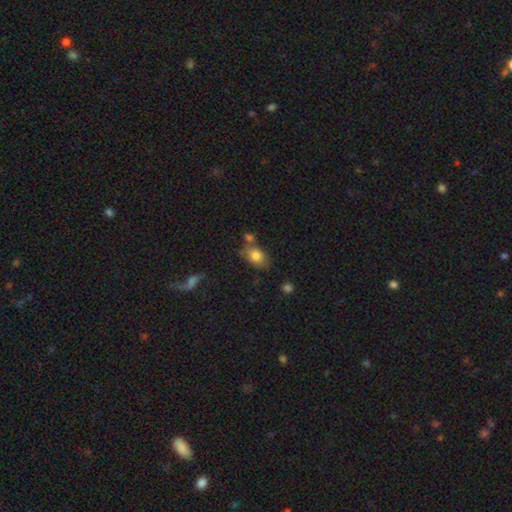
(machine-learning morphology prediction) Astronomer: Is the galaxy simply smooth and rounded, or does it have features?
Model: smooth — 80%.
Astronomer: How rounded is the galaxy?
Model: in between — 83%.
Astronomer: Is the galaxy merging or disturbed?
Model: none — 59%.